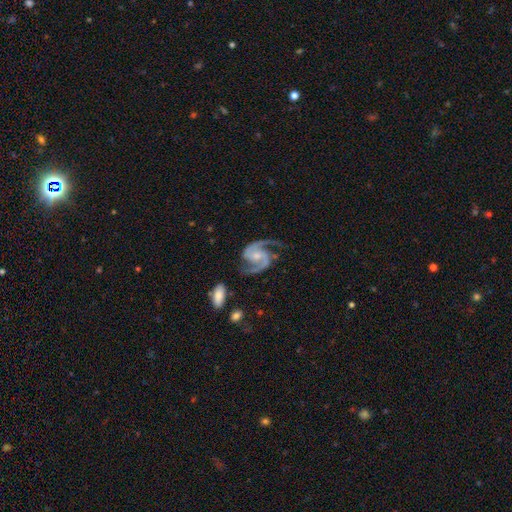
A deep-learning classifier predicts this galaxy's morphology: type=featured or disk (93%); edge-on=no (98%); bar=no (53%); spiral arms=yes (99%); winding=medium (64%); arm count=2 (93%); bulge=small (56%); merging=none (72%).